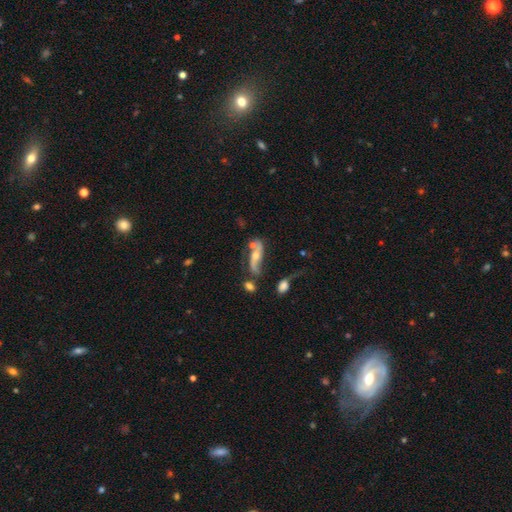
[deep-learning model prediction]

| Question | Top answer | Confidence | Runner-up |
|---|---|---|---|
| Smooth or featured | featured or disk | 74% | smooth (17%) |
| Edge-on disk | no | 81% | yes (19%) |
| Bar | no | 60% | weak (25%) |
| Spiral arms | yes | 85% | no (15%) |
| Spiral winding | loose | 74% | medium (19%) |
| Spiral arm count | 2 | 86% | can't tell (6%) |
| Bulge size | moderate | 57% | small (34%) |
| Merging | none | 45% | minor disturbance (20%) |